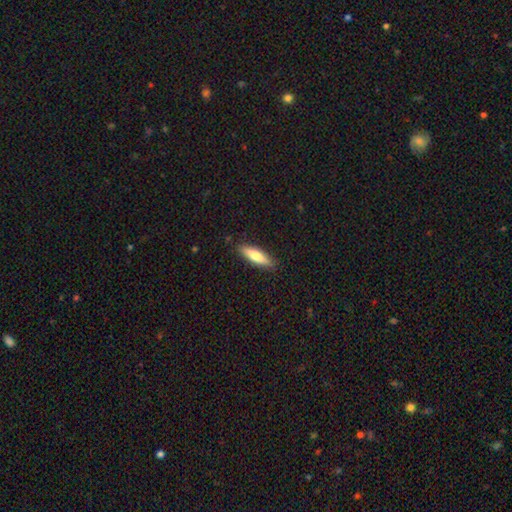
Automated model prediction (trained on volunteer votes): Q: Smooth or featured?
A: smooth (70%); runner-up: featured or disk (25%)
Q: How rounded?
A: cigar-shaped (64%); runner-up: in between (34%)
Q: Merging?
A: none (88%); runner-up: minor disturbance (9%)